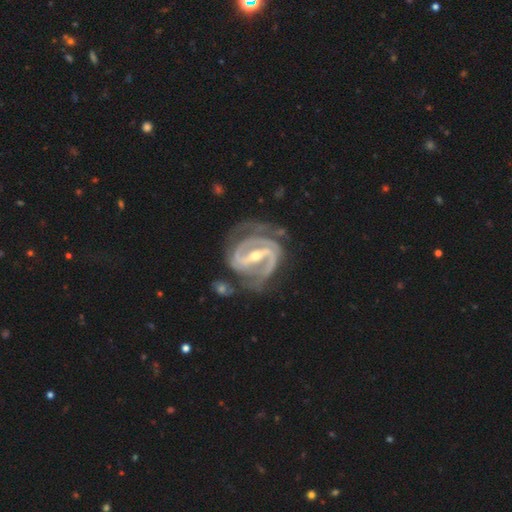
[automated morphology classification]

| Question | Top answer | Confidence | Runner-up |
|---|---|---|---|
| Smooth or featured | featured or disk | 93% | star or artifact (4%) |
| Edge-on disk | no | 97% | yes (3%) |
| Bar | strong | 76% | weak (19%) |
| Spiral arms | yes | 98% | no (2%) |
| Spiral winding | tight | 52% | medium (40%) |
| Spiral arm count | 2 | 75% | 3 (13%) |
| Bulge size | moderate | 51% | small (45%) |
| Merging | none | 63% | minor disturbance (20%) |